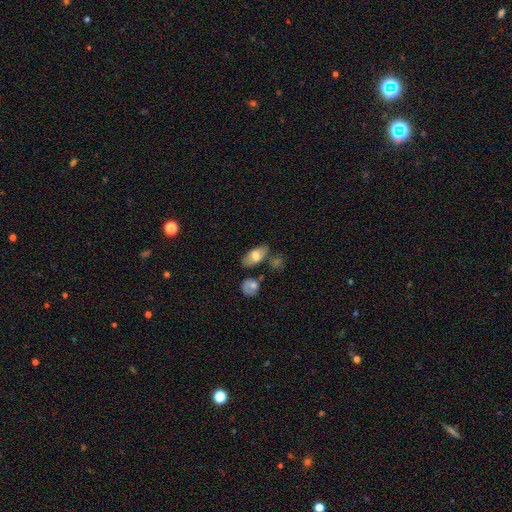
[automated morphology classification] smooth 69%, featured or disk 24%, star or artifact 7%. Down the decision tree: how rounded — in between (88%); merging — none (65%).